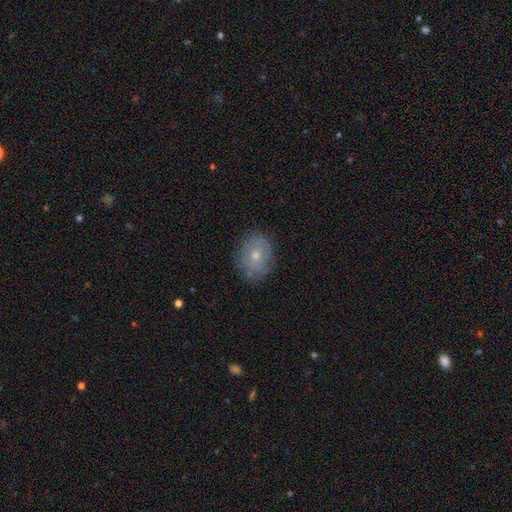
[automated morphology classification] smooth_or_featured: smooth (p=0.65) [alt: featured or disk p=0.26]
how_rounded: in between (p=0.55) [alt: round p=0.44]
merging: none (p=0.80) [alt: minor disturbance p=0.15]